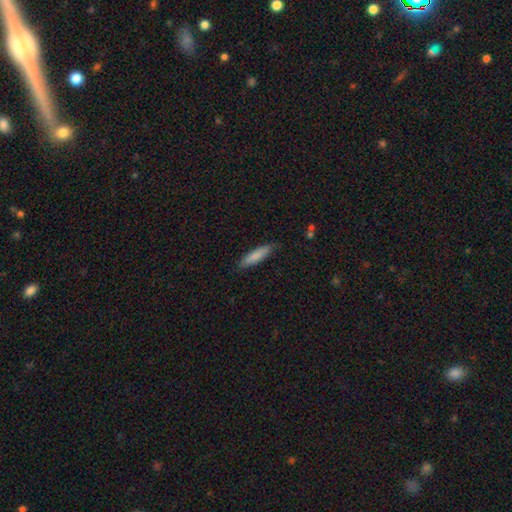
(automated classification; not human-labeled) Smooth or featured: smooth — 83% (featured or disk — 12%)
How rounded: cigar-shaped — 77% (in between — 21%)
Merging: none — 84% (minor disturbance — 13%)